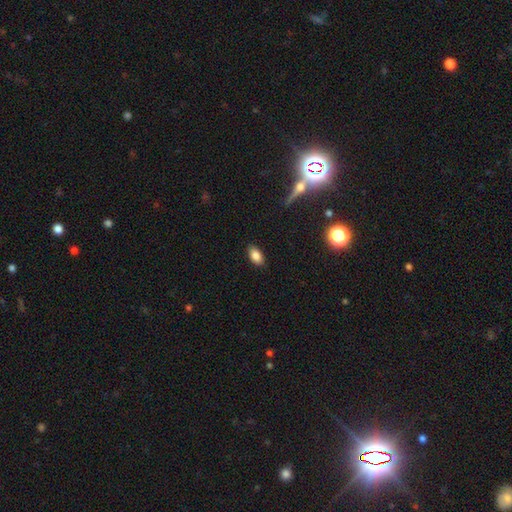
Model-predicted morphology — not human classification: This appears to be a smooth galaxy with no disk features (85%) that is in between round and cigar-shaped (92%). Merging: none (88%).